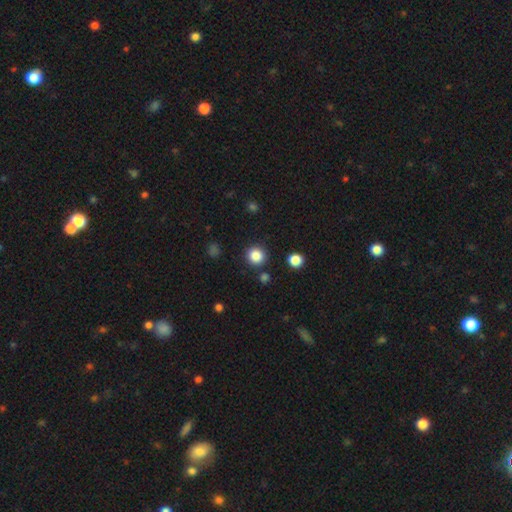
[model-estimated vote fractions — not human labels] This is clearly a smooth galaxy (86%). How rounded: clearly round (92%). Merging: clearly none (87%).